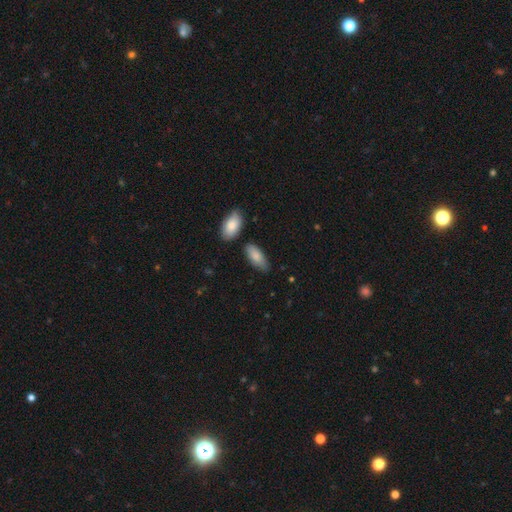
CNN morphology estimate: Smooth or featured?
  - smooth: 84% *
  - featured or disk: 10%
  - star or artifact: 6%
How rounded?
  - in between: 85% *
  - cigar-shaped: 13%
  - round: 2%
Merging?
  - none: 67% *
  - minor disturbance: 22%
  - merger: 6%
  - major disturbance: 4%